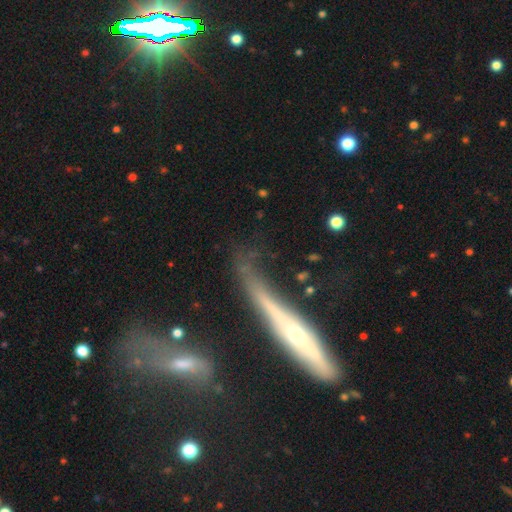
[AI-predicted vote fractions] Overall: featured or disk (59%; smooth 28%). Edge-on disk: yes (73%). Merging: none (42%; major disturbance 26%).